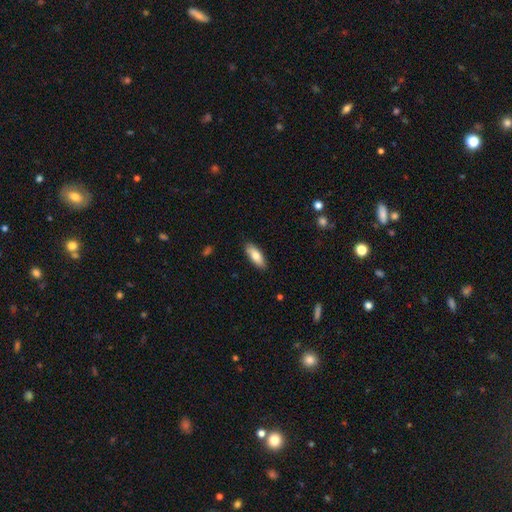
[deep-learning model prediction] A smooth galaxy with no disk features (78%) that is in between round and cigar-shaped (70%). Merging: none (86%).